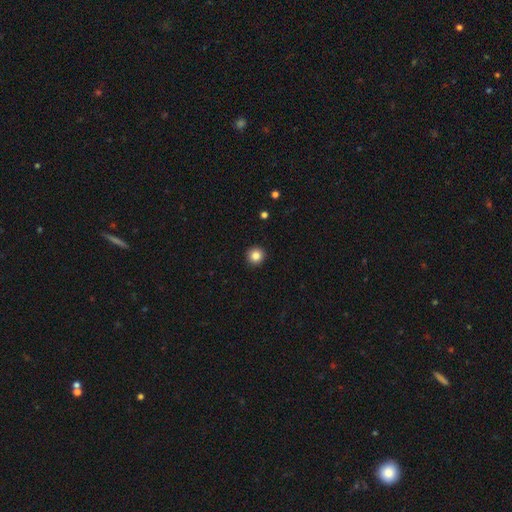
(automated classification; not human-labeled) Smooth or featured?
  - smooth: 85% *
  - star or artifact: 10%
  - featured or disk: 5%
How rounded?
  - round: 95% *
  - in between: 4%
  - cigar-shaped: 1%
Merging?
  - none: 94% *
  - minor disturbance: 4%
  - major disturbance: 1%
  - merger: 1%